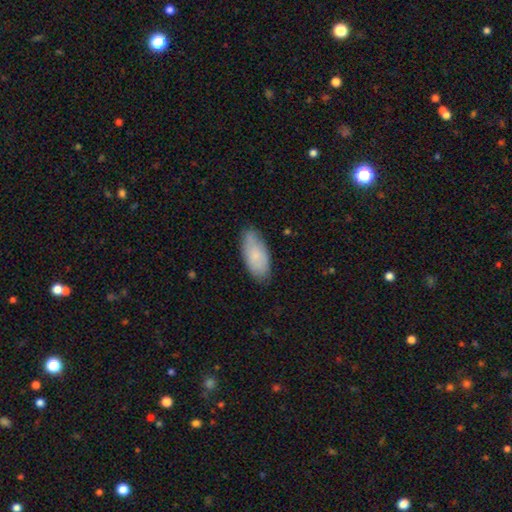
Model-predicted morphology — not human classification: This is likely a smooth galaxy (78%). How rounded: clearly in between (90%). Merging: likely none (77%).